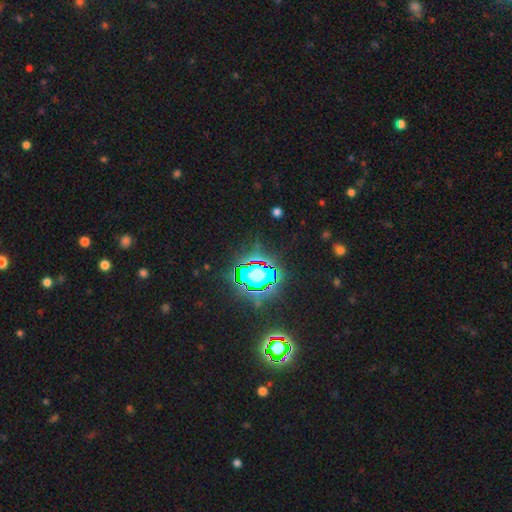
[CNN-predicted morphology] Smooth or featured: star or artifact — 82% (smooth — 11%)